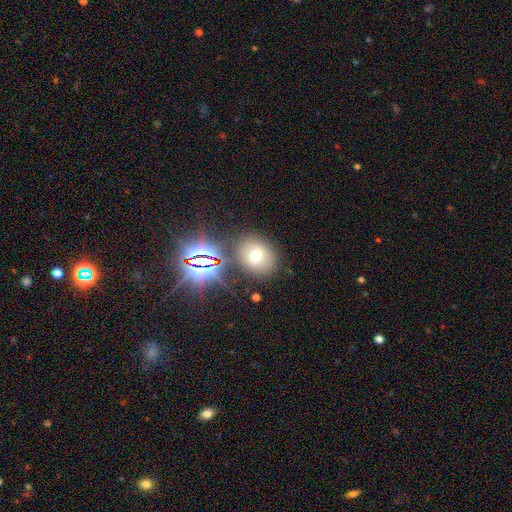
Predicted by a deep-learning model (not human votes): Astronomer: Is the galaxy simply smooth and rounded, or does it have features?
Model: smooth — 62%.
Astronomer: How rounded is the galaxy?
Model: round — 63%.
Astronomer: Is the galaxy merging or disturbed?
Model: none — 77%.